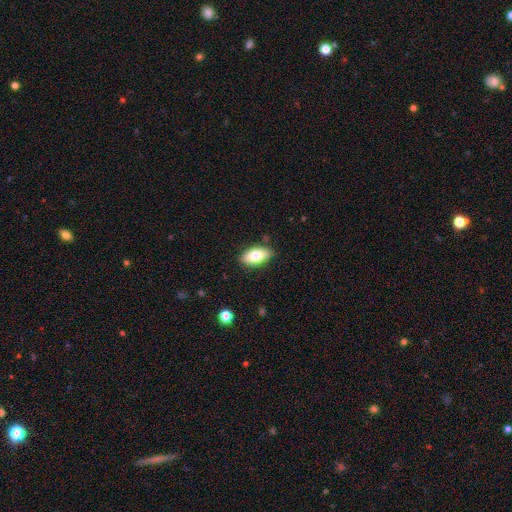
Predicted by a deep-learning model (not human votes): The model was most divided on "smooth or featured": smooth: 77%, featured or disk: 17%, star or artifact: 7%. More confident: how rounded — in between (92%); merging — none (86%).